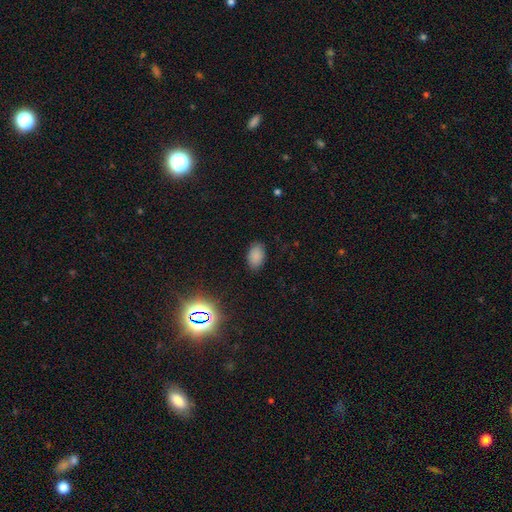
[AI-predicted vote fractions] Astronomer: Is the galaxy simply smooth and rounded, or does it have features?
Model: smooth — 83%.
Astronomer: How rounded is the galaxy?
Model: in between — 90%.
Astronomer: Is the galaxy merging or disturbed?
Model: none — 85%.